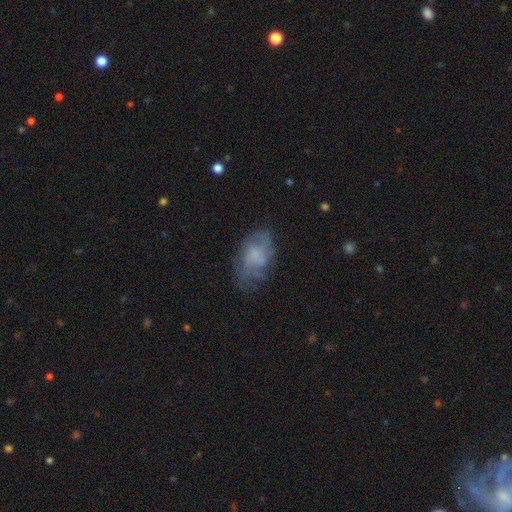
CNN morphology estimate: type=featured or disk (49%); merging=none (57%).